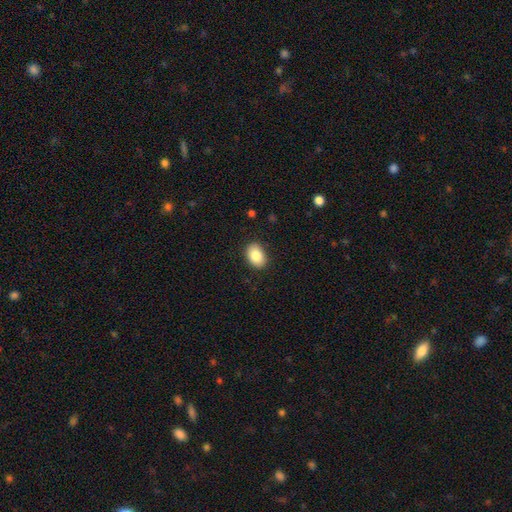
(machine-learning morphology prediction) Smooth or featured?
  - smooth: 86% *
  - star or artifact: 7%
  - featured or disk: 7%
How rounded?
  - in between: 82% *
  - round: 17%
  - cigar-shaped: 1%
Merging?
  - none: 87% *
  - minor disturbance: 9%
  - major disturbance: 2%
  - merger: 1%